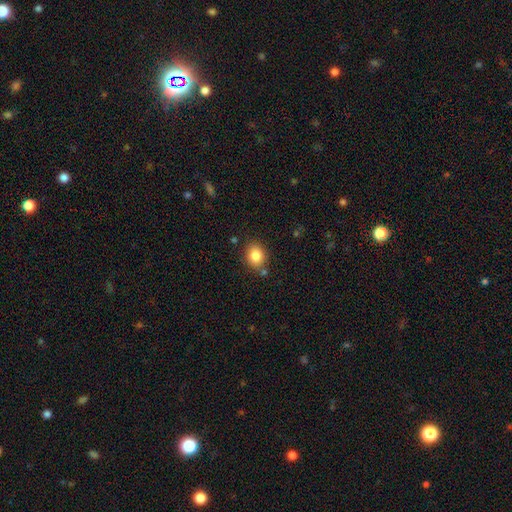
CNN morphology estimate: Q: Smooth or featured?
A: smooth (85%); runner-up: star or artifact (9%)
Q: How rounded?
A: round (56%); runner-up: in between (43%)
Q: Merging?
A: none (79%); runner-up: minor disturbance (13%)